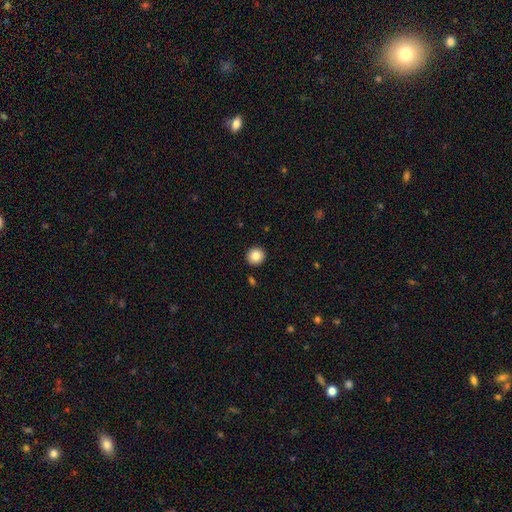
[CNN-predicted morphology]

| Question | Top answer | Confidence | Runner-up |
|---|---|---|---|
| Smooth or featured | smooth | 85% | star or artifact (9%) |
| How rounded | round | 92% | in between (7%) |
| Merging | none | 92% | minor disturbance (5%) |